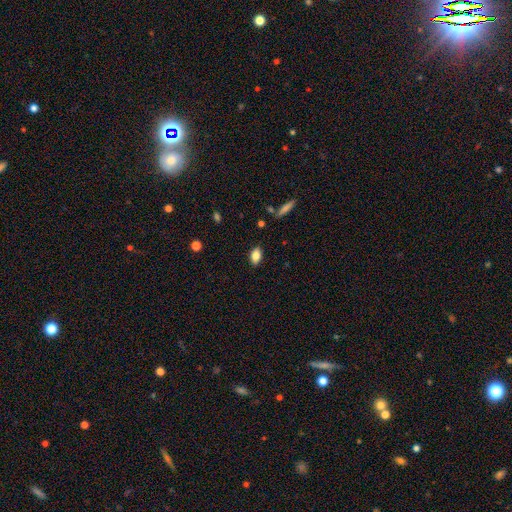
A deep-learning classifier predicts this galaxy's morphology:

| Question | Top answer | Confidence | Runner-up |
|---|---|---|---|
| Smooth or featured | smooth | 82% | featured or disk (9%) |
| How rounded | in between | 88% | round (9%) |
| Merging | none | 86% | minor disturbance (11%) |